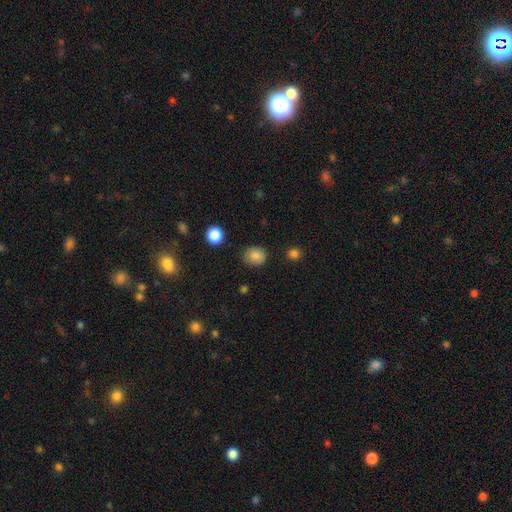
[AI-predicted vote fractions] Smooth or featured? smooth (85%)
How rounded? round (79%)
Merging? none (84%)